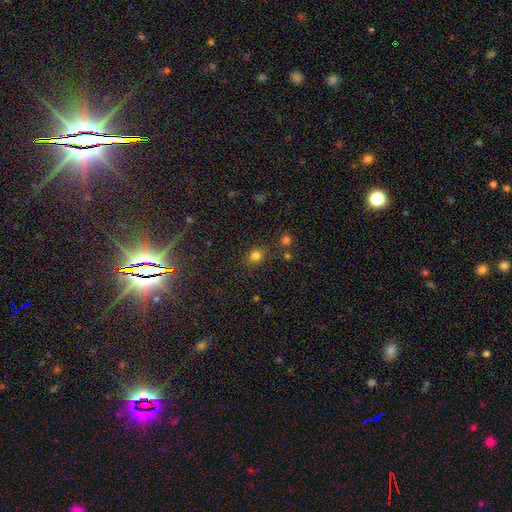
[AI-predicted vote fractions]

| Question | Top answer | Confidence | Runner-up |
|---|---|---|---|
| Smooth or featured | smooth | 79% | star or artifact (15%) |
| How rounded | round | 74% | in between (25%) |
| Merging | none | 83% | minor disturbance (10%) |